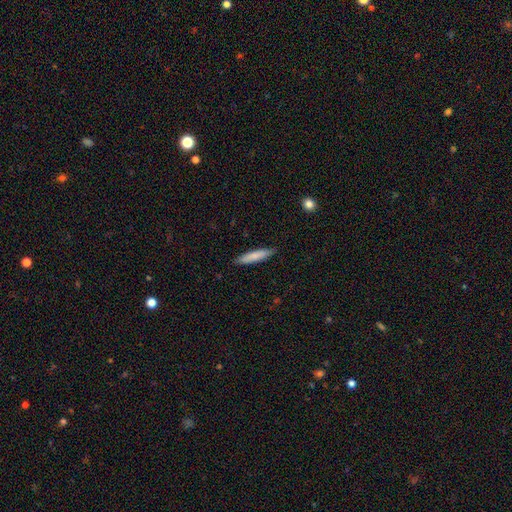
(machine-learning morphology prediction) Q: Smooth or featured?
A: smooth (79%); runner-up: featured or disk (15%)
Q: How rounded?
A: cigar-shaped (87%); runner-up: in between (12%)
Q: Merging?
A: none (88%); runner-up: minor disturbance (9%)